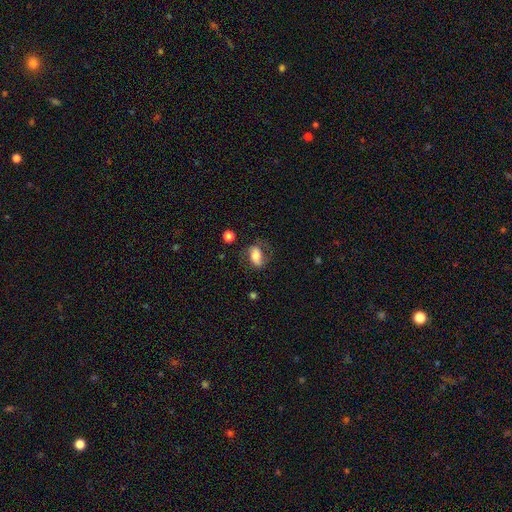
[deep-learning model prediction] smooth 50%, featured or disk 41%, star or artifact 9%. Down the decision tree: how rounded — in between (81%); merging — none (60%).